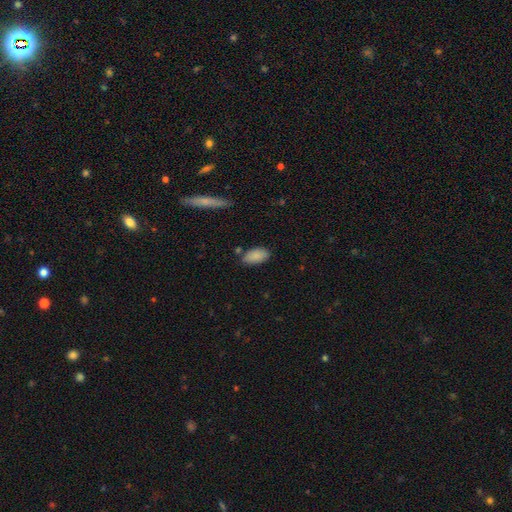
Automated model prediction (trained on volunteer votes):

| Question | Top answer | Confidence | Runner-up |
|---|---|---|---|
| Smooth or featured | smooth | 88% | star or artifact (7%) |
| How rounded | in between | 94% | cigar-shaped (3%) |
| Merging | none | 76% | minor disturbance (16%) |